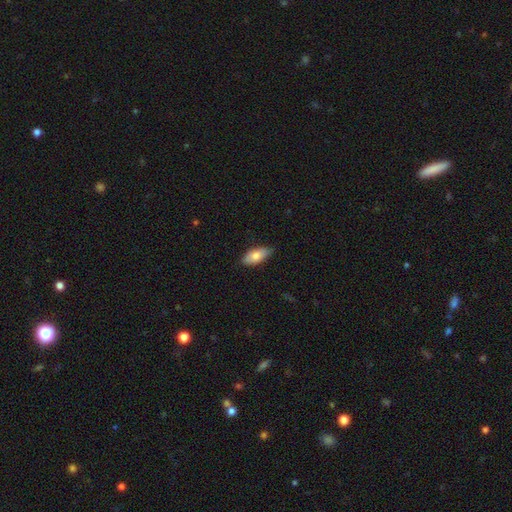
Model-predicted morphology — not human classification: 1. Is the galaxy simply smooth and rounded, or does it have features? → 78% smooth, 16% featured or disk, 6% star or artifact.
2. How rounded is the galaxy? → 88% in between, 9% cigar-shaped, 3% round.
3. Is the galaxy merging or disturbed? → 75% none, 21% minor disturbance, 3% major disturbance, 1% merger.